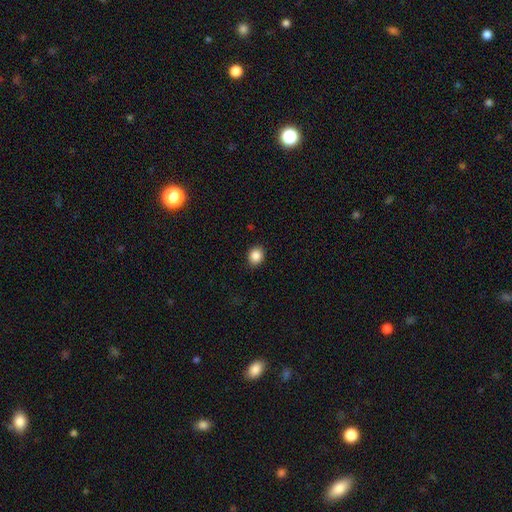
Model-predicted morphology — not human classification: Q: Smooth or featured?
A: smooth (87%); runner-up: star or artifact (9%)
Q: How rounded?
A: round (68%); runner-up: in between (31%)
Q: Merging?
A: none (90%); runner-up: minor disturbance (7%)